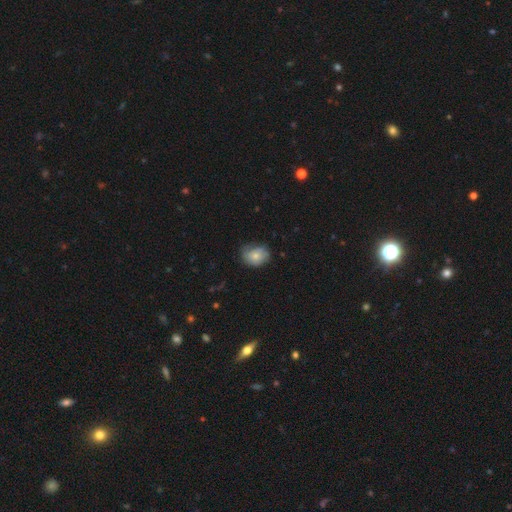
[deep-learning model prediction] This is likely a smooth galaxy (68%). How rounded: possibly in between (52%). Merging: possibly none (57%).